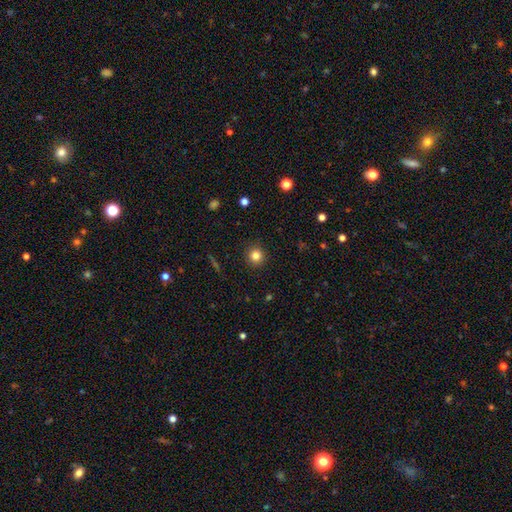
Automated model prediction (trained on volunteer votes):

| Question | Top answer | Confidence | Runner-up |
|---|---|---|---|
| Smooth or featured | smooth | 82% | star or artifact (12%) |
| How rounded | round | 93% | in between (6%) |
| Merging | none | 92% | minor disturbance (5%) |